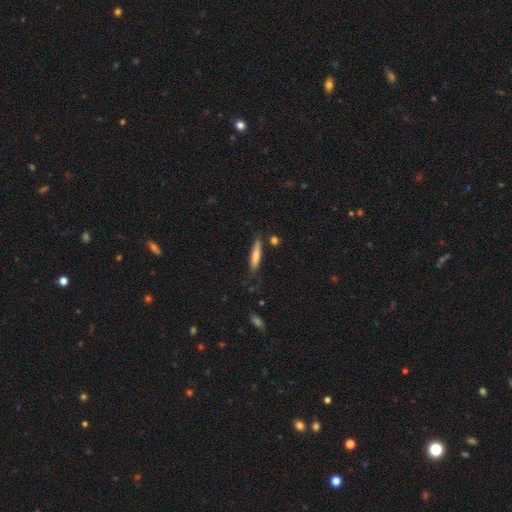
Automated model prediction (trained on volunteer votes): The model was most divided on "smooth or featured": smooth: 70%, featured or disk: 24%, star or artifact: 6%. More confident: how rounded — cigar-shaped (86%); merging — none (73%).